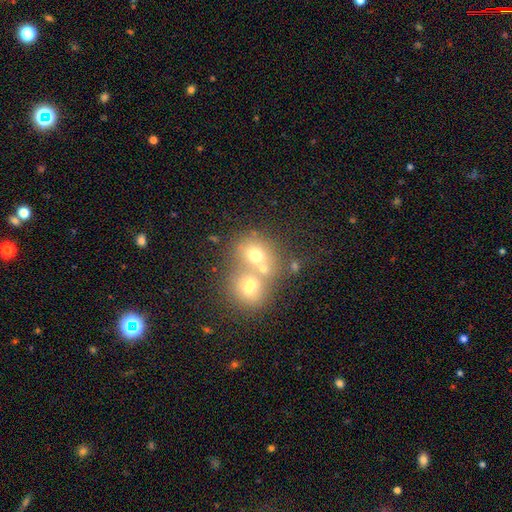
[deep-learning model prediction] smooth 63%, featured or disk 22%, star or artifact 15%. Down the decision tree: how rounded — round (68%); merging — merger (56%).